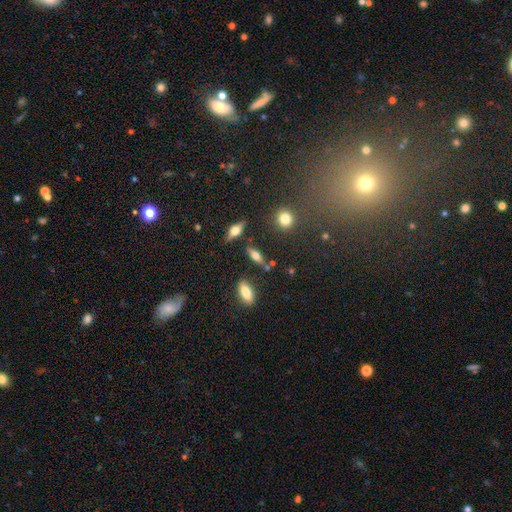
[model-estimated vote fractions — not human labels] Smooth or featured?
  - smooth: 52% *
  - featured or disk: 37%
  - star or artifact: 10%
How rounded?
  - in between: 60% *
  - cigar-shaped: 33%
  - round: 8%
Merging?
  - none: 75% *
  - minor disturbance: 13%
  - merger: 8%
  - major disturbance: 4%